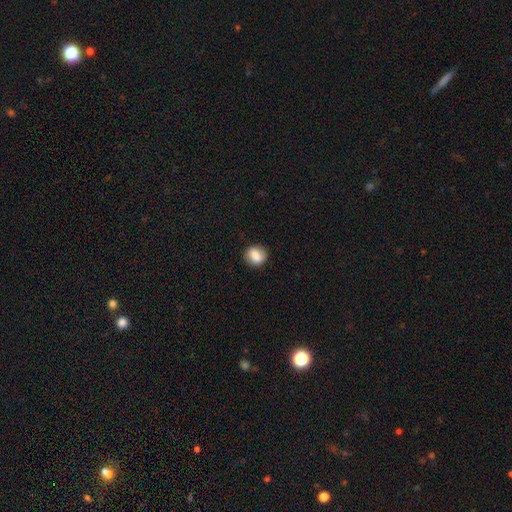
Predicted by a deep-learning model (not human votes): Smooth or featured?
  - smooth: 81% *
  - featured or disk: 11%
  - star or artifact: 8%
How rounded?
  - round: 70% *
  - in between: 28%
  - cigar-shaped: 1%
Merging?
  - none: 84% *
  - minor disturbance: 11%
  - major disturbance: 3%
  - merger: 1%